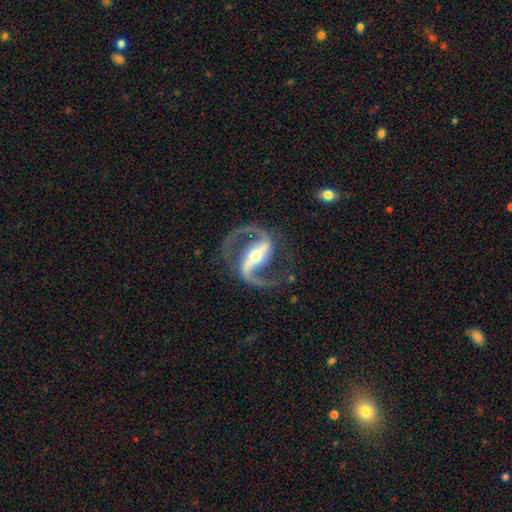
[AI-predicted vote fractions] Smooth or featured?
  - featured or disk: 94% *
  - star or artifact: 4%
  - smooth: 3%
Edge-on disk?
  - no: 97% *
  - yes: 3%
Bar?
  - strong: 69% *
  - weak: 22%
  - no: 9%
Spiral arms?
  - yes: 98% *
  - no: 2%
Spiral winding?
  - medium: 61% *
  - loose: 28%
  - tight: 11%
Spiral arm count?
  - 2: 94% *
  - 1: 2%
  - can't tell: 1%
  - 3: 1%
  - 4: 1%
  - more than 4: 1%
Bulge size?
  - moderate: 62% *
  - small: 29%
  - large: 7%
  - none: 1%
  - dominant: 1%
Merging?
  - none: 81% *
  - minor disturbance: 11%
  - major disturbance: 7%
  - merger: 1%